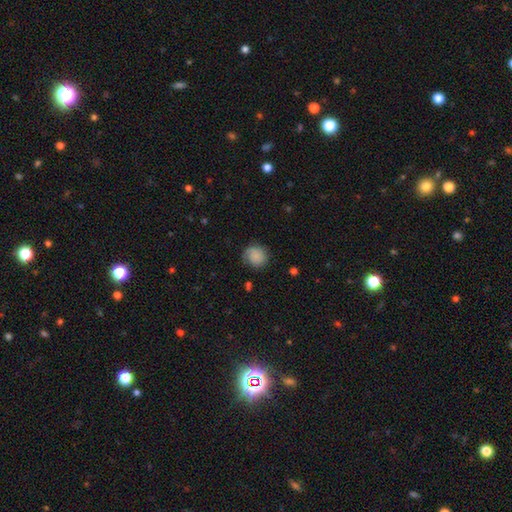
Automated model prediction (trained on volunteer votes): Smooth or featured? Predicted: smooth (p=0.81). How rounded? Predicted: round (p=0.82). Merging? Predicted: none (p=0.72).